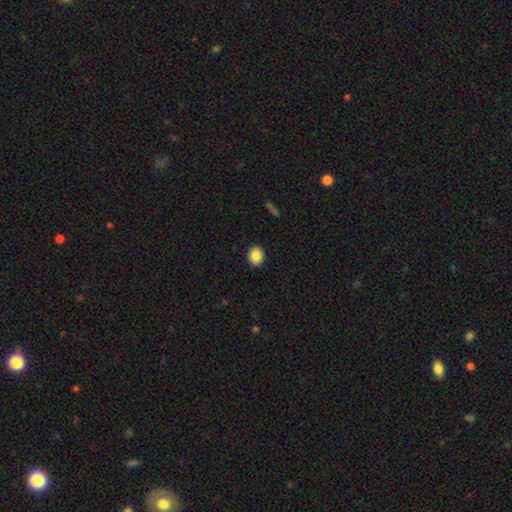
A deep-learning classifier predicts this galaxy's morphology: A smooth galaxy with no disk features (87%) that is round (65%).

Vote fractions:
- Smooth or featured? smooth: 87% / star or artifact: 9% / featured or disk: 5%
- How rounded? round: 65% / in between: 34% / cigar-shaped: 1%
- Merging? none: 92% / minor disturbance: 6% / major disturbance: 2% / merger: 1%